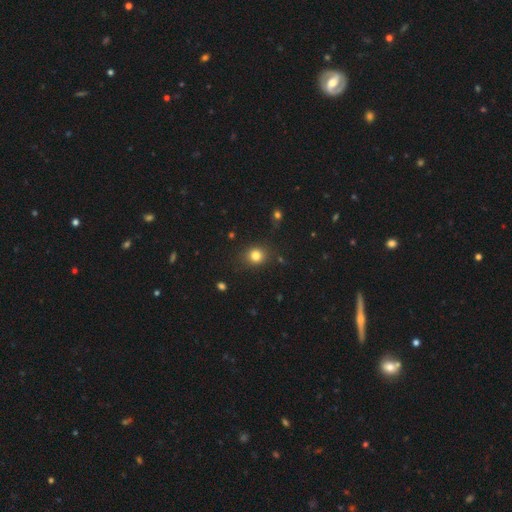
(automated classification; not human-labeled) Smooth or featured? Predicted: smooth (p=0.80). How rounded? Predicted: round (p=0.78). Merging? Predicted: none (p=0.84).